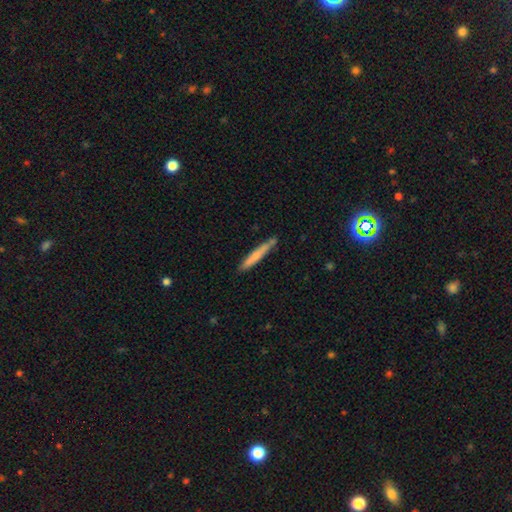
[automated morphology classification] Smooth or featured? smooth (69%)
How rounded? cigar-shaped (96%)
Merging? none (80%)